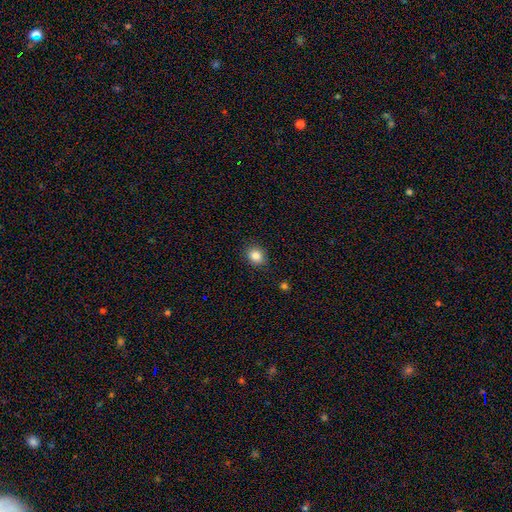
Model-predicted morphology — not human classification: The model was most divided on "how rounded": round: 63%, in between: 36%, cigar-shaped: 1%. More confident: merging — none (88%); smooth or featured — smooth (85%).